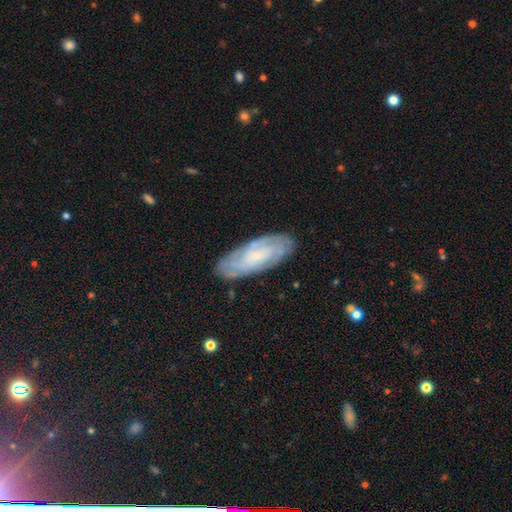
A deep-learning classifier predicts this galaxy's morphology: Smooth or featured: featured or disk — 71% (smooth — 22%)
Edge-on disk: no — 89% (yes — 11%)
Bar: no — 60% (weak — 32%)
Spiral arms: yes — 92% (no — 8%)
Spiral winding: tight — 72% (medium — 23%)
Spiral arm count: can't tell — 49% (2 — 16%)
Bulge size: small — 71% (moderate — 15%)
Merging: none — 82% (minor disturbance — 14%)